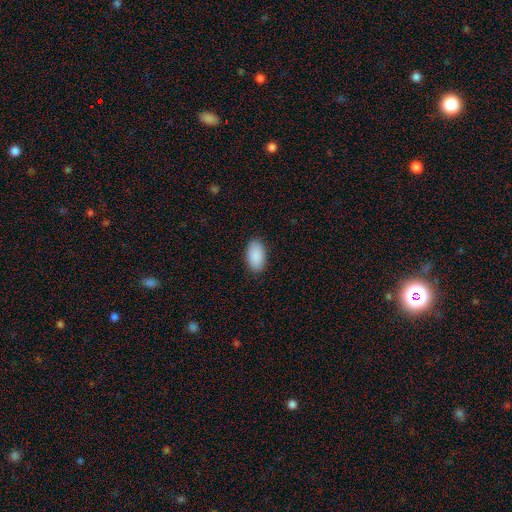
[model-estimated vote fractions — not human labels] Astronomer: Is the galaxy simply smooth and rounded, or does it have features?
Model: smooth — 91%.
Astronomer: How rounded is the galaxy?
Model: in between — 95%.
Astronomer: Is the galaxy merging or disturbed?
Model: none — 89%.